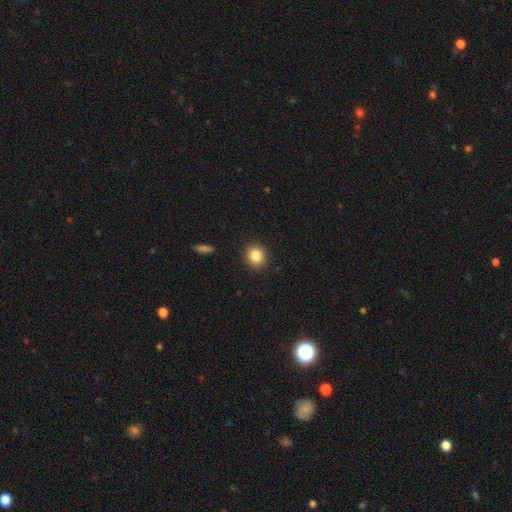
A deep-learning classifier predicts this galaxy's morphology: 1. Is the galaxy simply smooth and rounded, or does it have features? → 84% smooth, 10% star or artifact, 6% featured or disk.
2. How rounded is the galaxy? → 77% round, 22% in between, 1% cigar-shaped.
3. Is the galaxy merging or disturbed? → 91% none, 6% minor disturbance, 2% major disturbance, 1% merger.